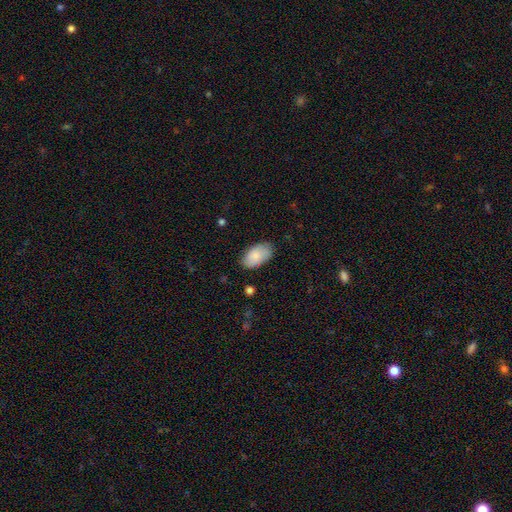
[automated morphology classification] smooth-or-featured: smooth: 84% | featured or disk: 10% | star or artifact: 6%
  how-rounded: in between: 95% | round: 4% | cigar-shaped: 2%
  merging: none: 80% | minor disturbance: 16% | major disturbance: 3% | merger: 1%